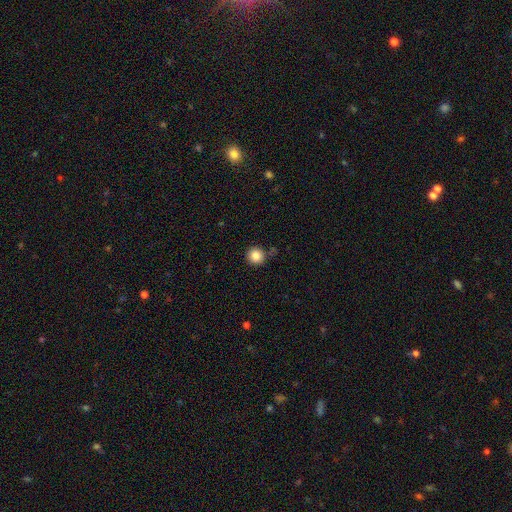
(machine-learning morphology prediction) smooth-or-featured: smooth: 85% | star or artifact: 10% | featured or disk: 5%
  how-rounded: round: 94% | in between: 5% | cigar-shaped: 1%
  merging: none: 83% | minor disturbance: 10% | merger: 4% | major disturbance: 3%